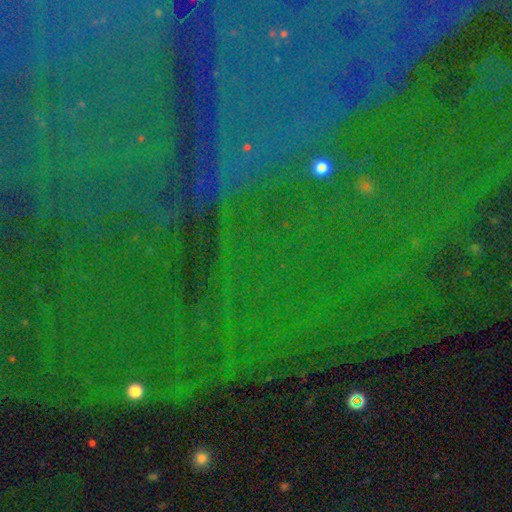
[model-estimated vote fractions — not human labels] smooth-or-featured: star or artifact: 84% | featured or disk: 8% | smooth: 8%